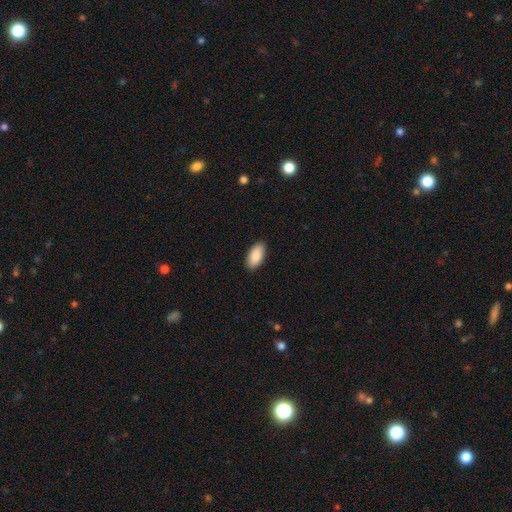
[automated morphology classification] The model was most divided on "merging": none: 89%, minor disturbance: 8%, major disturbance: 2%, merger: 1%. More confident: how rounded — in between (94%); smooth or featured — smooth (90%).